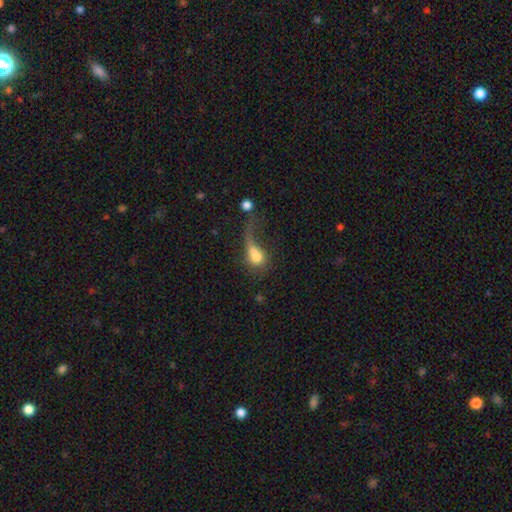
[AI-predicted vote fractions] A smooth galaxy with no disk features (64%) that is in between round and cigar-shaped (60%). Merging: major disturbance (50%).